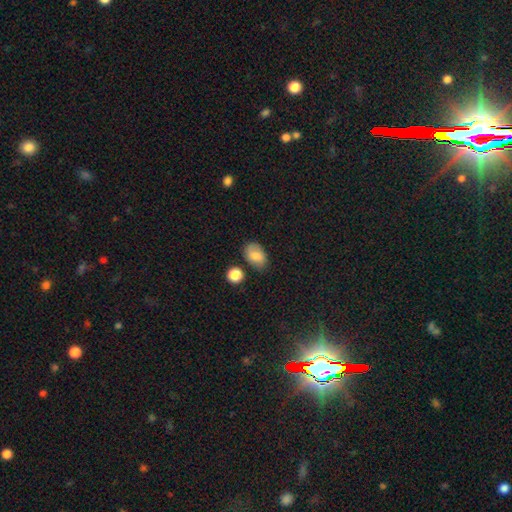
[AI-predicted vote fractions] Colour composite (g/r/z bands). It shows a smooth galaxy with no disk features (79%) that is in between round and cigar-shaped (86%). Merging: none (73%).